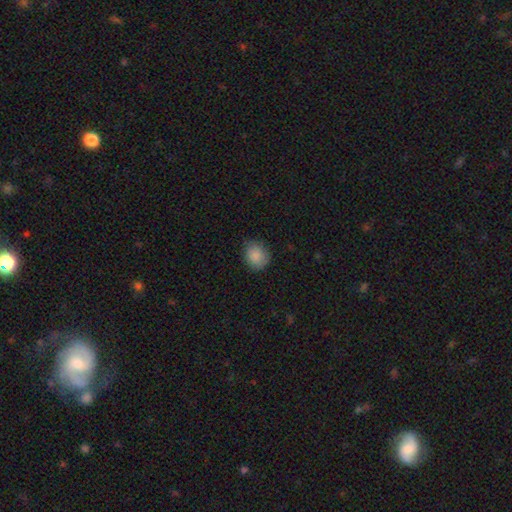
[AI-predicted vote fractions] Overall: smooth (87%). How rounded: round (72%). Merging: none (75%).